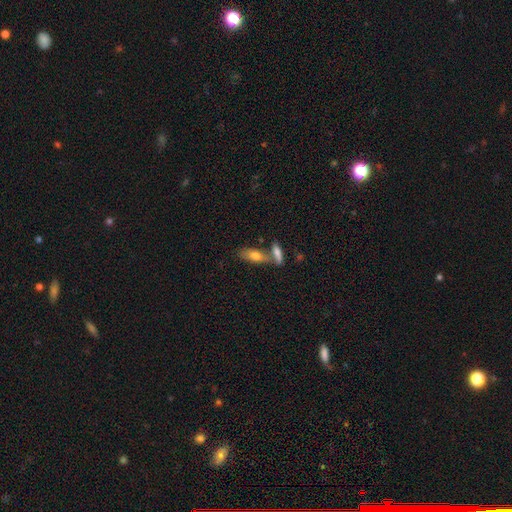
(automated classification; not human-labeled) Smooth or featured? smooth (67%)
How rounded? in between (67%)
Merging? none (49%)